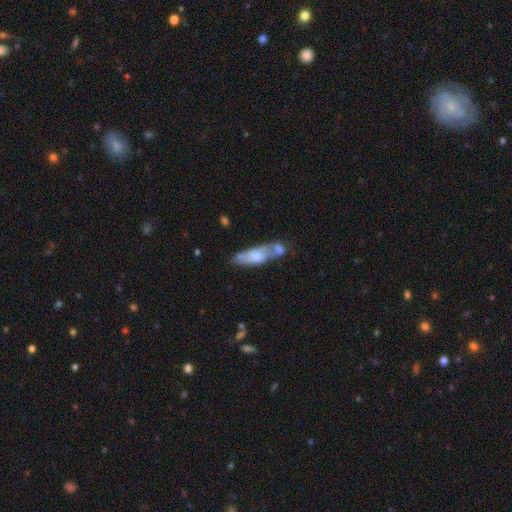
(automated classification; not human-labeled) Smooth or featured? smooth (52%)
How rounded? cigar-shaped (50%)
Merging? none (36%)